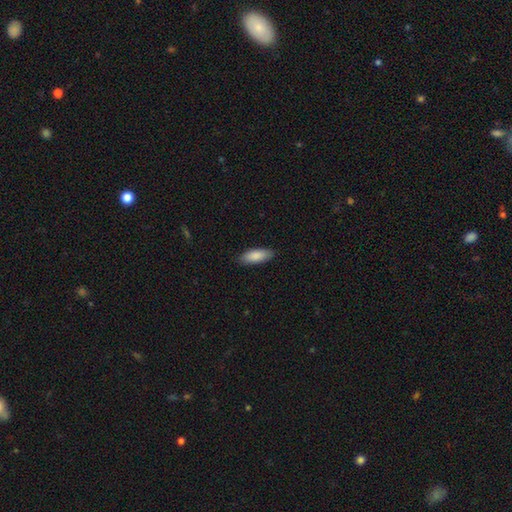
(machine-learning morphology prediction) Smooth or featured: smooth — 87% (featured or disk — 7%)
How rounded: in between — 72% (cigar-shaped — 27%)
Merging: none — 87% (minor disturbance — 10%)